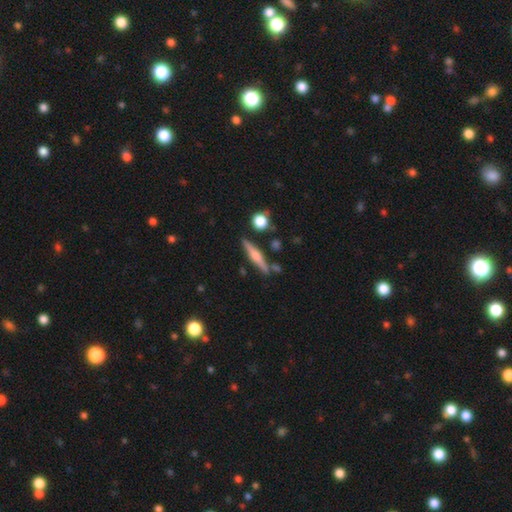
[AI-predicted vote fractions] A featured or disk galaxy (55%) viewed edge-on (96%) with a rounded central bulge (72%). Merging: none (82%).